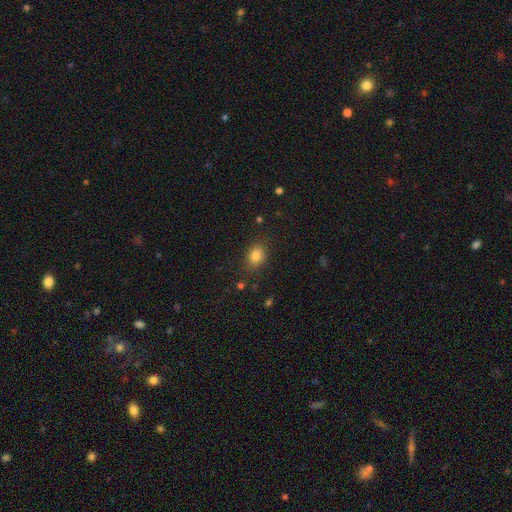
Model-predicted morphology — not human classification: smooth 82%, star or artifact 11%, featured or disk 7%. Down the decision tree: how rounded — in between (53%); merging — none (77%).